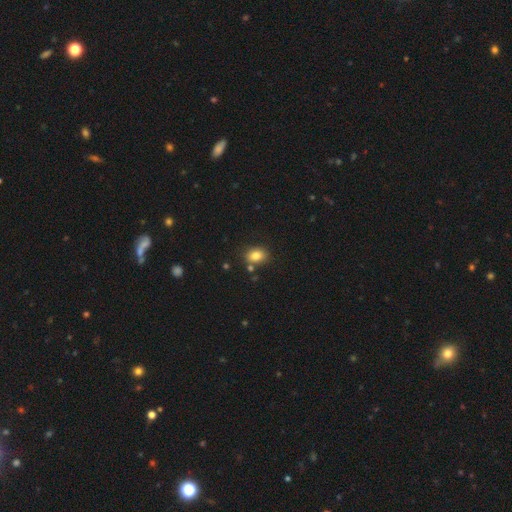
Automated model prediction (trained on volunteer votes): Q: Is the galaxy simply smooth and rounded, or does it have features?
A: smooth — 82%.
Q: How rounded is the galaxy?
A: in between — 70%.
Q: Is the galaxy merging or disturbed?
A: none — 77%.